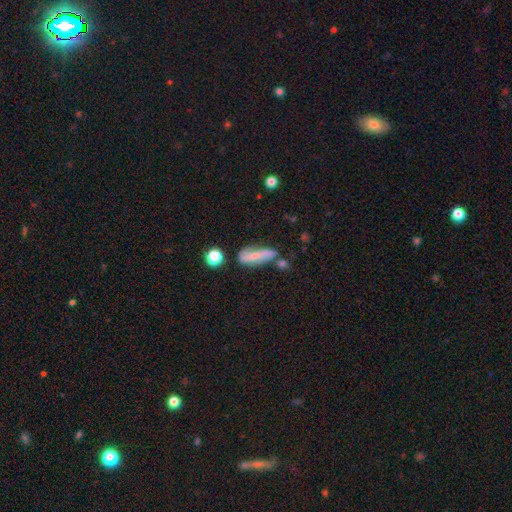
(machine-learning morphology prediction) This is possibly a featured or disk galaxy (50%). It is likely not viewed edge-on (79%). Merging: possibly none (50%).